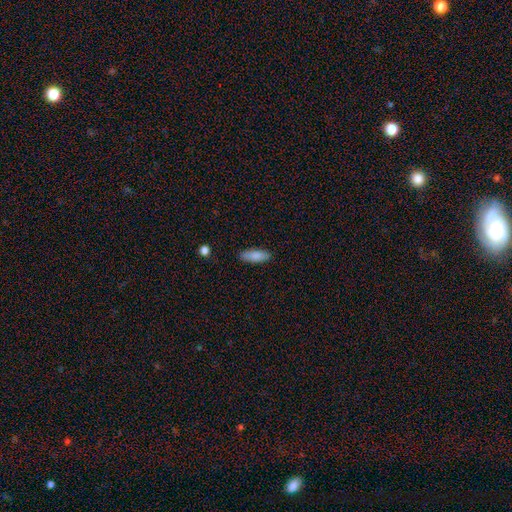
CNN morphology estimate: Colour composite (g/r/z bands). It shows a smooth galaxy with no disk features (83%) that is in between round and cigar-shaped (60%). Merging: none (87%).